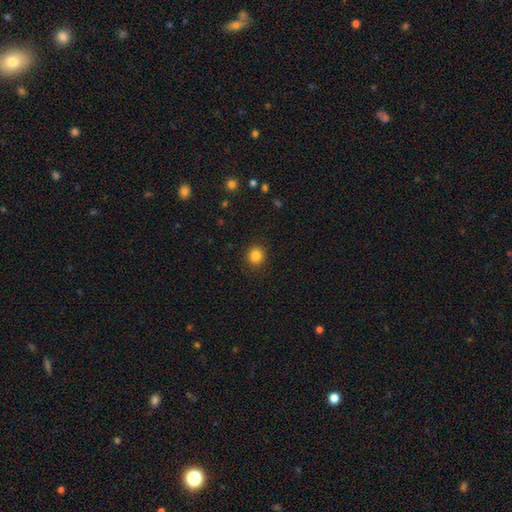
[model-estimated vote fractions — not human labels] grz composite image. It shows a smooth galaxy with no disk features (85%) that is round (89%). Merging: none (91%).